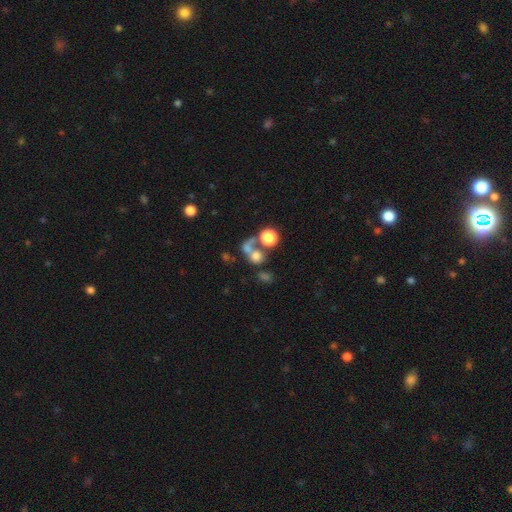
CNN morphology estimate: The model was most divided on "merging": merger: 47%, none: 32%, major disturbance: 13%, minor disturbance: 8%. More confident: how rounded — round (75%); smooth or featured — smooth (63%).